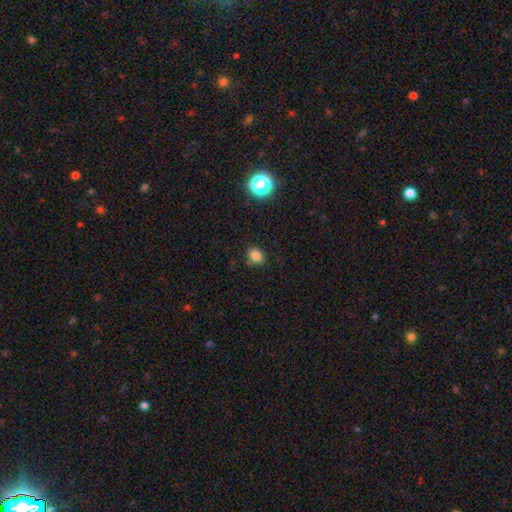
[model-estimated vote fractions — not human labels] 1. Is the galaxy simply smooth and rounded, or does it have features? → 81% smooth, 14% star or artifact, 5% featured or disk.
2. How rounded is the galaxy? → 55% round, 44% in between, 1% cigar-shaped.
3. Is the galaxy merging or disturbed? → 78% none, 14% minor disturbance, 4% merger, 3% major disturbance.